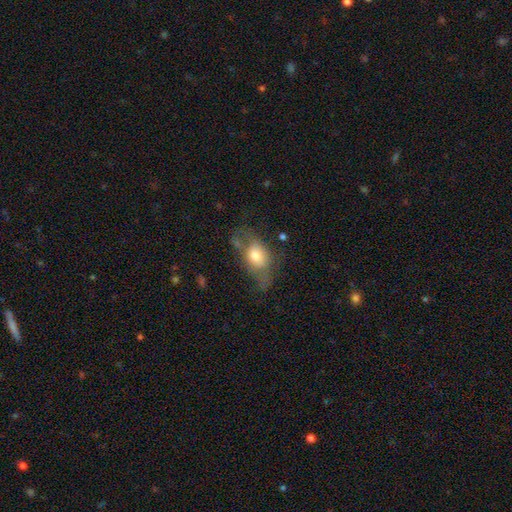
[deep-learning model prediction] Smooth or featured? Predicted: smooth (p=0.58). How rounded? Predicted: in between (p=0.80). Merging? Predicted: none (p=0.40).